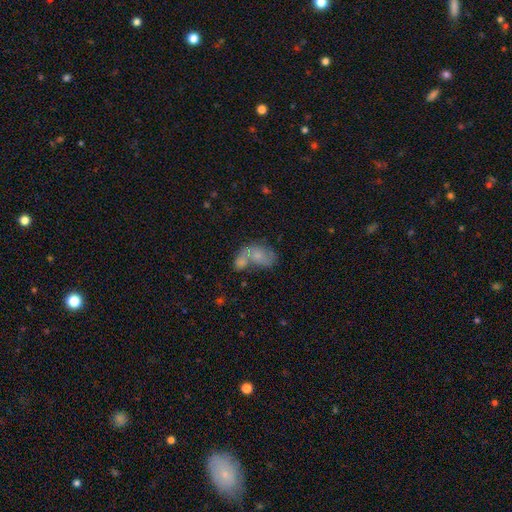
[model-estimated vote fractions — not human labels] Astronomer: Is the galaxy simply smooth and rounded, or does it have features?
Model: smooth — 47% (runner-up: featured or disk, 40%).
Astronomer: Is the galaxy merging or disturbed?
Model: merger — 57%.